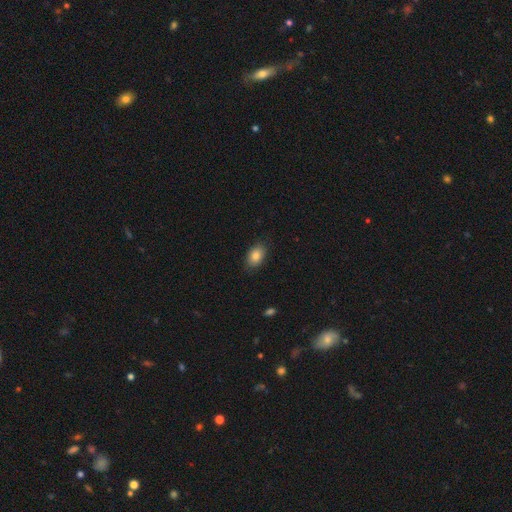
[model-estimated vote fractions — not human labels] Smooth or featured: smooth — 85% (star or artifact — 8%)
How rounded: in between — 85% (round — 14%)
Merging: none — 85% (minor disturbance — 11%)